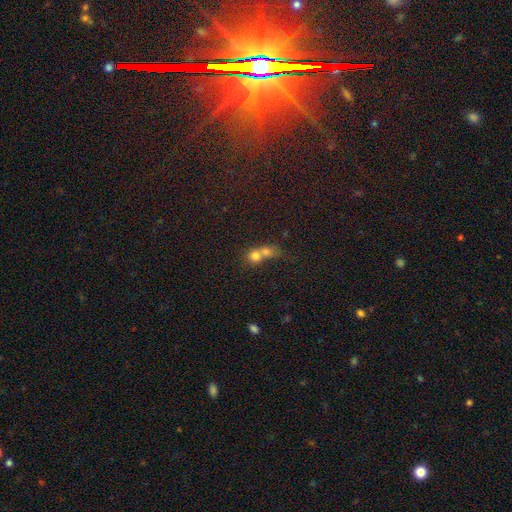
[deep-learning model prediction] smooth 73%, featured or disk 14%, star or artifact 13%. Down the decision tree: how rounded — round (76%); merging — merger (69%).